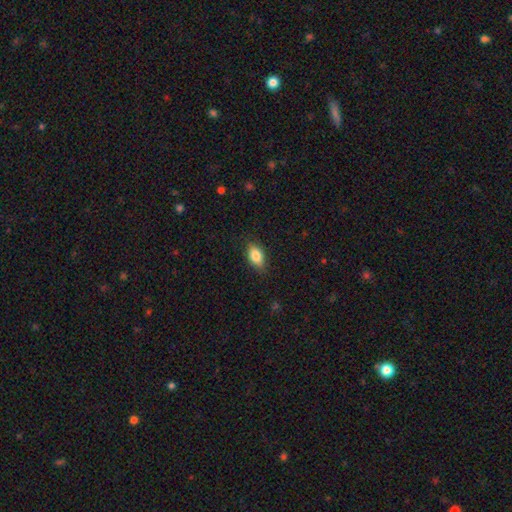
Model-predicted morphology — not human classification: Smooth or featured? smooth (83%)
How rounded? in between (88%)
Merging? none (84%)